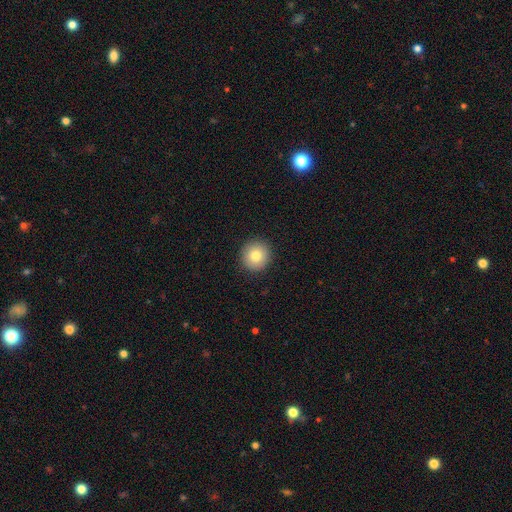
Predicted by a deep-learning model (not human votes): A smooth galaxy with no disk features (80%) that is round (95%). Merging: none (92%).